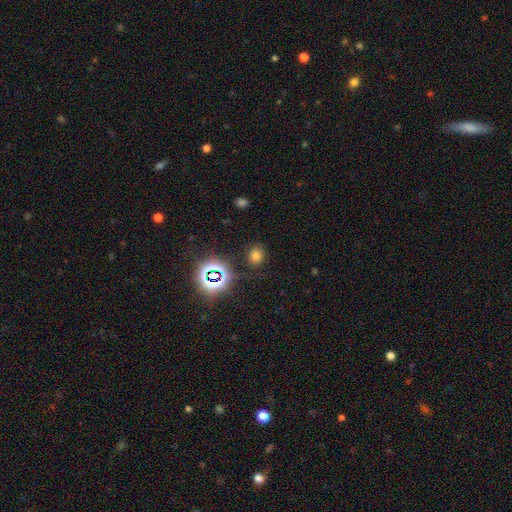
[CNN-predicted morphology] This is likely a smooth galaxy (66%). How rounded: likely round (63%). Merging: clearly none (84%).